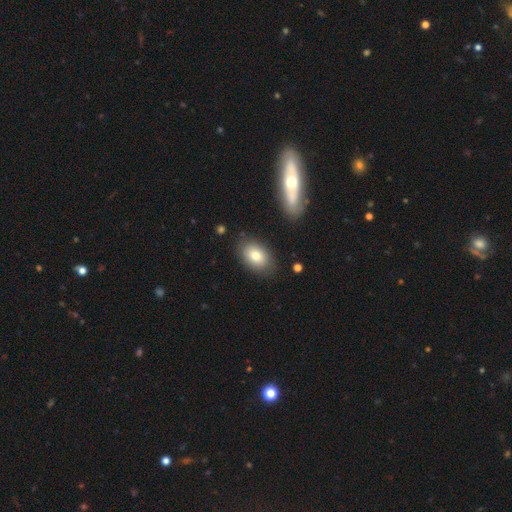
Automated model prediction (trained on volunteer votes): A smooth galaxy with no disk features (79%) that is in between round and cigar-shaped (86%). Merging: none (83%).